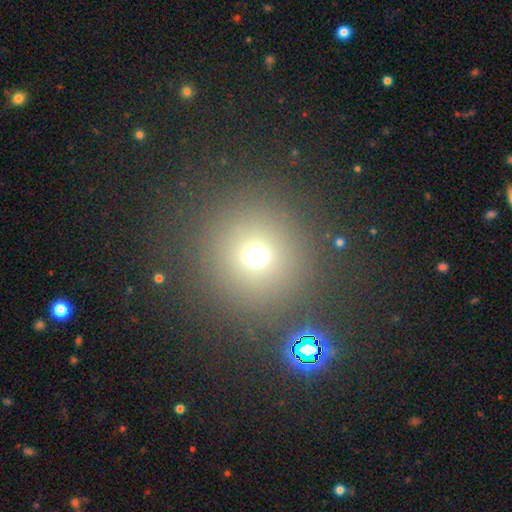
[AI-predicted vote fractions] Smooth or featured?
  - smooth: 65% *
  - star or artifact: 26%
  - featured or disk: 9%
How rounded?
  - round: 95% *
  - in between: 4%
  - cigar-shaped: 1%
Merging?
  - none: 86% *
  - minor disturbance: 6%
  - major disturbance: 4%
  - merger: 4%